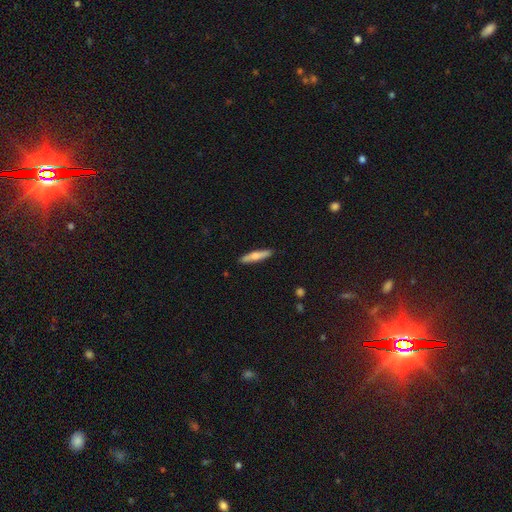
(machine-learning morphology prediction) smooth_or_featured: smooth (p=0.63) [alt: featured or disk p=0.31]
how_rounded: cigar-shaped (p=0.89) [alt: in between p=0.10]
merging: none (p=0.89) [alt: minor disturbance p=0.08]